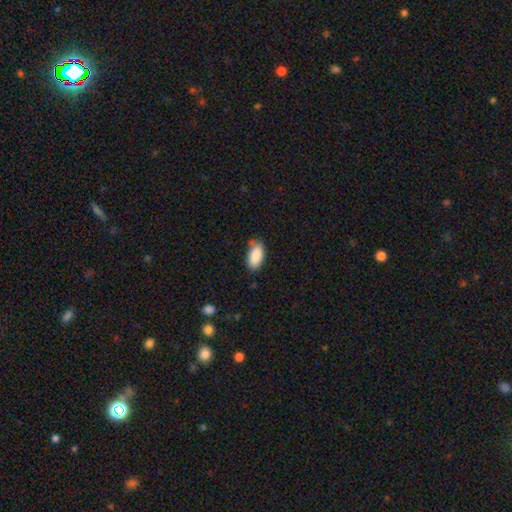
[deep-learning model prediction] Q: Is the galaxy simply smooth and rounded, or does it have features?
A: smooth — 89%.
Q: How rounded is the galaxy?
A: in between — 94%.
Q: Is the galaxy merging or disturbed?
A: none — 72%.